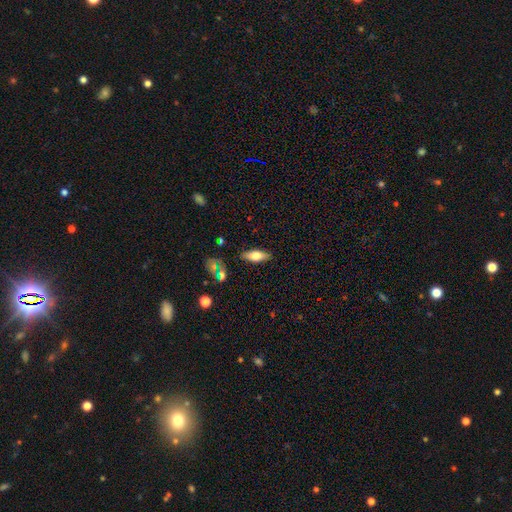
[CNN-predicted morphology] A smooth galaxy with no disk features (65%) that is in between round and cigar-shaped (69%).

Vote fractions:
- Smooth or featured? smooth: 65% / featured or disk: 28% / star or artifact: 7%
- How rounded? in between: 69% / cigar-shaped: 28% / round: 3%
- Merging? none: 84% / minor disturbance: 11% / major disturbance: 3% / merger: 2%